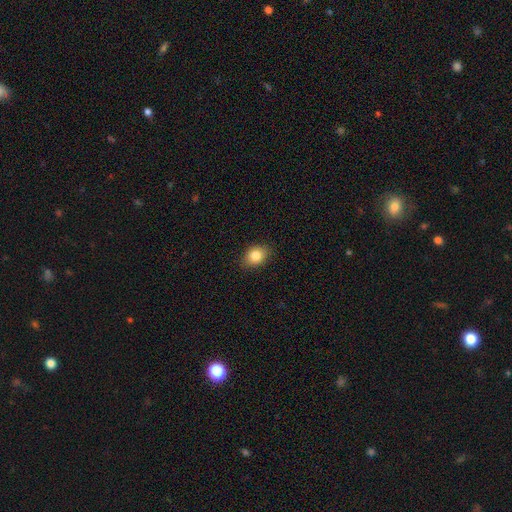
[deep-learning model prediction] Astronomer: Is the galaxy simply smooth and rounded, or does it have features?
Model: smooth — 84%.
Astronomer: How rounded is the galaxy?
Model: in between — 65%.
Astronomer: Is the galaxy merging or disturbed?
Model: none — 86%.